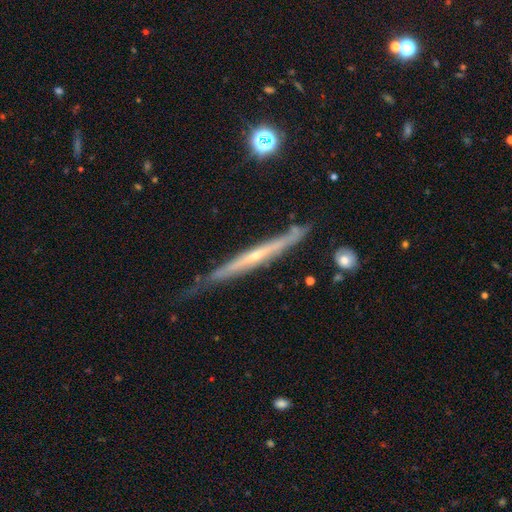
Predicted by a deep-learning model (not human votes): This appears to be a featured or disk galaxy (76%) viewed edge-on (94%) with a rounded central bulge (50%). Merging: none (69%).